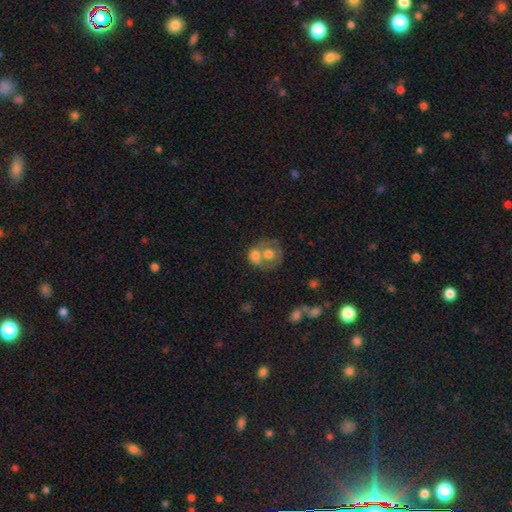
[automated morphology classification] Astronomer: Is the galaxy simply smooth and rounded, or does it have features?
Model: smooth — 59%.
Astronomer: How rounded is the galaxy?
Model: round — 66%.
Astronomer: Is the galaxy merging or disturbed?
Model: merger — 61%.